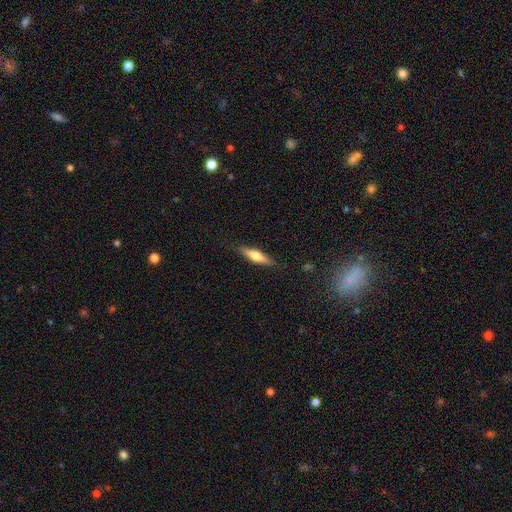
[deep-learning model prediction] A smooth galaxy with no disk features (52%) that is cigar-shaped (73%).

Vote fractions:
- Smooth or featured? smooth: 52% / featured or disk: 42% / star or artifact: 6%
- How rounded? cigar-shaped: 73% / in between: 25% / round: 2%
- Merging? none: 84% / minor disturbance: 12% / major disturbance: 3% / merger: 1%